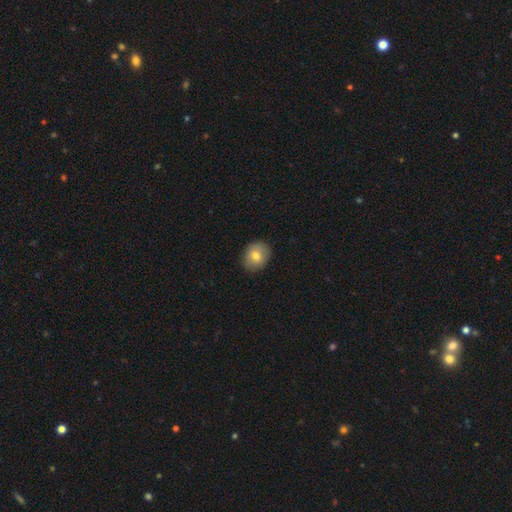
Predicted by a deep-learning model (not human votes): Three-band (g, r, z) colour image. It shows a smooth galaxy with no disk features (76%) that is round (56%). Merging: none (85%).